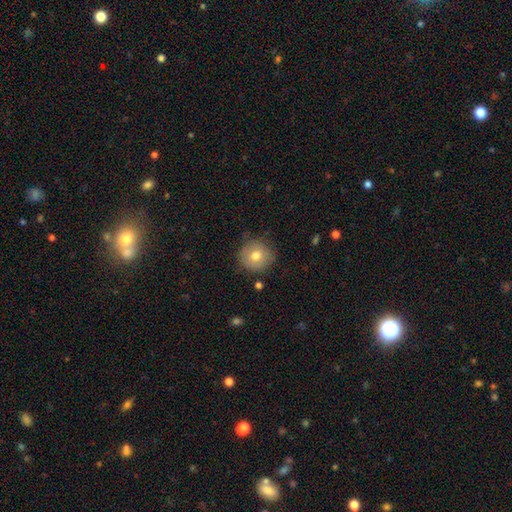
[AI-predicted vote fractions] Q: Smooth or featured?
A: smooth (73%); runner-up: featured or disk (18%)
Q: How rounded?
A: round (93%); runner-up: in between (6%)
Q: Merging?
A: none (82%); runner-up: minor disturbance (13%)